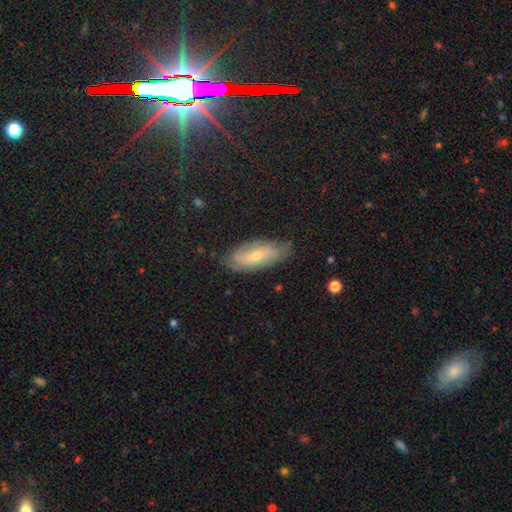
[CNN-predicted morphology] Smooth or featured: featured or disk — 51% (smooth — 41%)
Edge-on disk: no — 81% (yes — 19%)
Merging: none — 73% (minor disturbance — 21%)